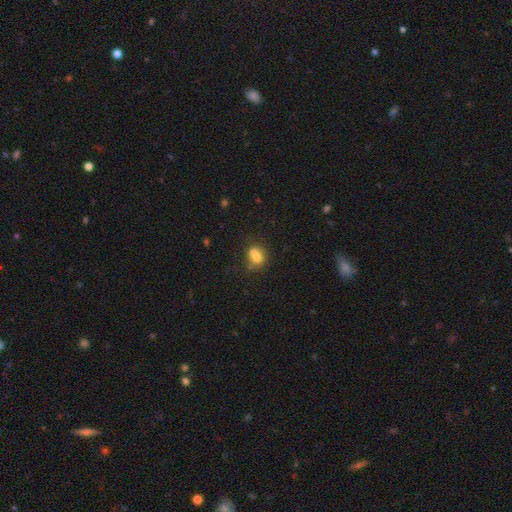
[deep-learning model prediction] A smooth galaxy with no disk features (69%) that is round (51%). Merging: merger (48%).